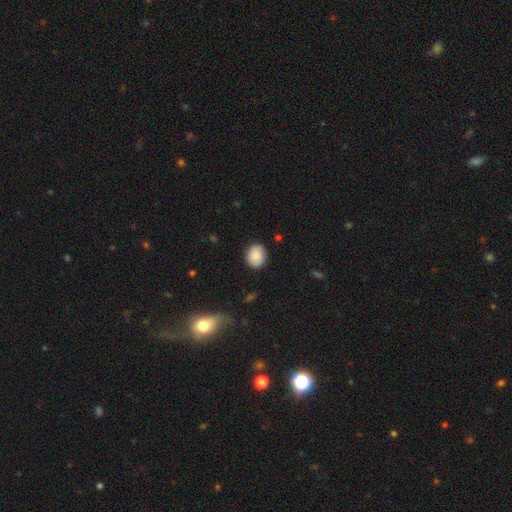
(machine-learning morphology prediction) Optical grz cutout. It shows a smooth galaxy with no disk features (82%) that is round (60%). Merging: none (84%).